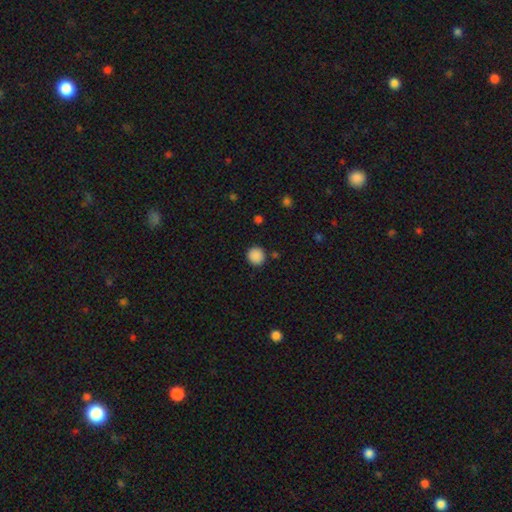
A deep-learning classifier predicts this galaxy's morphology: smooth-or-featured: smooth: 88% | star or artifact: 10% | featured or disk: 2%
  how-rounded: round: 93% | in between: 6% | cigar-shaped: 1%
  merging: none: 89% | minor disturbance: 7% | major disturbance: 2% | merger: 2%